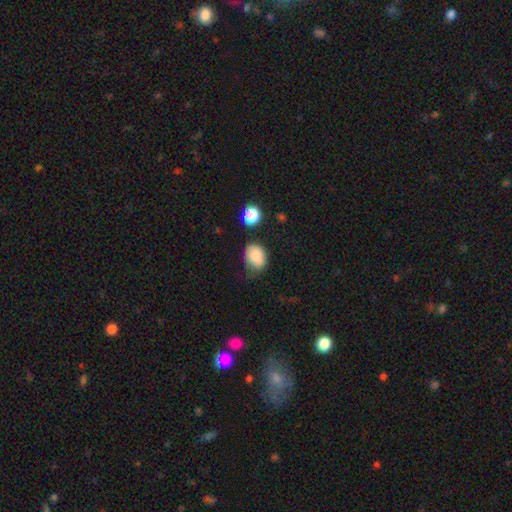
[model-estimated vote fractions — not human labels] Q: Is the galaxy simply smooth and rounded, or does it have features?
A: smooth — 80%.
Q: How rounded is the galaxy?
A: in between — 54%.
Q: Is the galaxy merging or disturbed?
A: none — 48%.